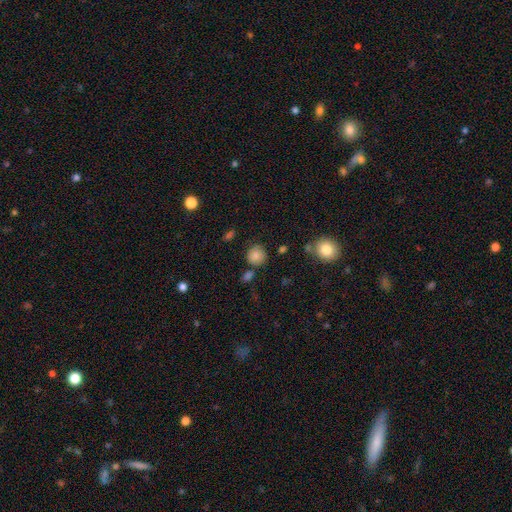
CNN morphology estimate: smooth 83%, star or artifact 11%, featured or disk 6%. Down the decision tree: how rounded — round (88%); merging — none (75%).